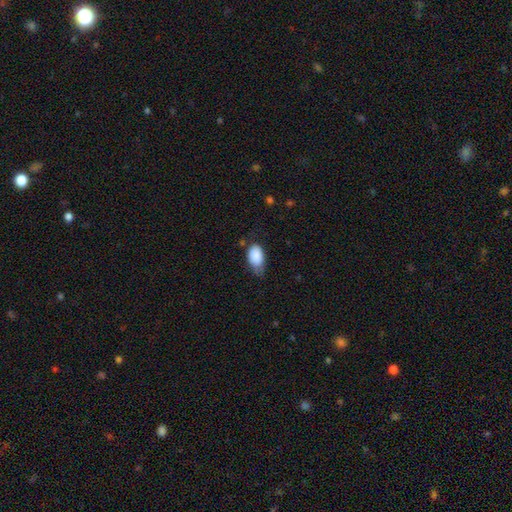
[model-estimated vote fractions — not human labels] Overall: smooth (87%). How rounded: in between (92%). Merging: minor disturbance (44%; none 42%).